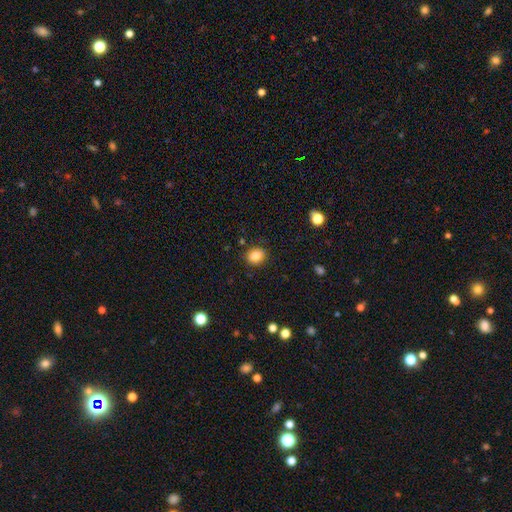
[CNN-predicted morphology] The model was most divided on "how rounded": round: 61%, in between: 38%, cigar-shaped: 1%. More confident: merging — none (88%); smooth or featured — smooth (83%).